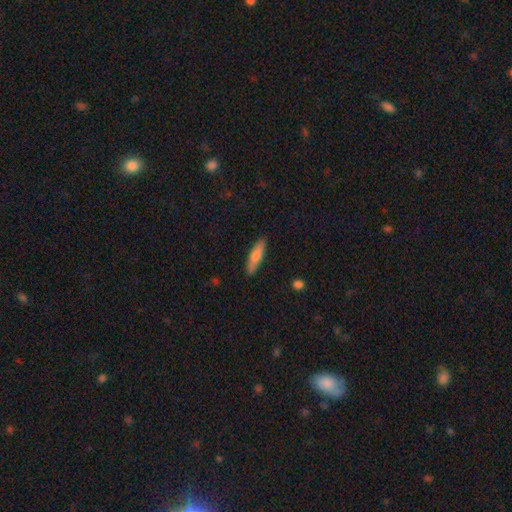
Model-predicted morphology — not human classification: This is likely a smooth galaxy (72%). How rounded: likely cigar-shaped (75%). Merging: clearly none (89%).